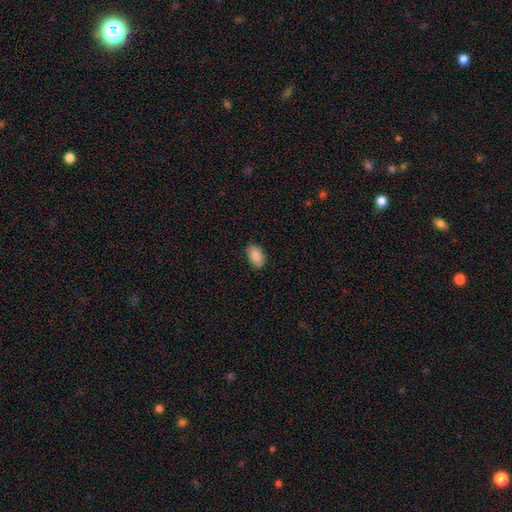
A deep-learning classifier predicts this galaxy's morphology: smooth_or_featured: smooth (p=0.88) [alt: star or artifact p=0.07]
how_rounded: in between (p=0.93) [alt: round p=0.06]
merging: none (p=0.86) [alt: minor disturbance p=0.11]